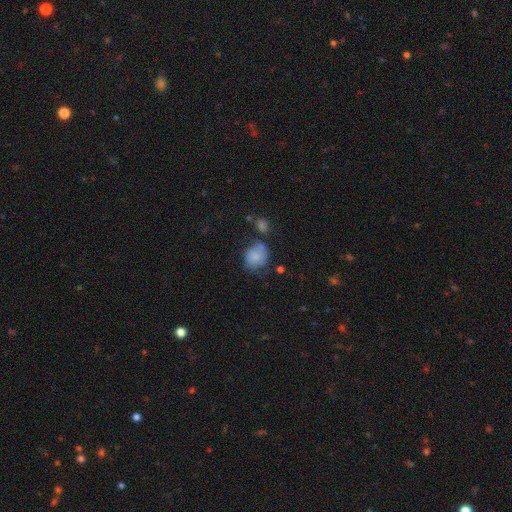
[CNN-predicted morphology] smooth_or_featured: smooth (p=0.79) [alt: featured or disk p=0.13]
how_rounded: round (p=0.62) [alt: in between p=0.37]
merging: none (p=0.47) [alt: minor disturbance p=0.28]